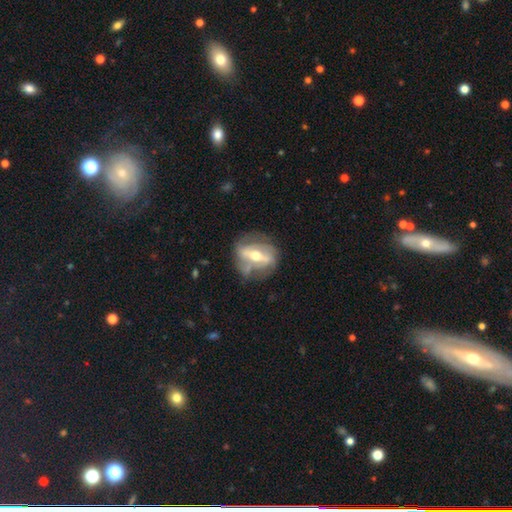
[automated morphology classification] A featured or disk galaxy (74%) with a strong bar (61%), spiral arms (54%) and a moderate central bulge (70%).

Vote fractions:
- Smooth or featured? featured or disk: 74% / smooth: 19% / star or artifact: 7%
- Edge-on disk? no: 82% / yes: 18%
- Bar? strong: 61% / weak: 25% / no: 14%
- Spiral arms? yes: 54% / no: 46%
- Bulge size? moderate: 70% / small: 19% / large: 8% / dominant: 1% / none: 1%
- Merging? none: 64% / minor disturbance: 21% / major disturbance: 11% / merger: 3%